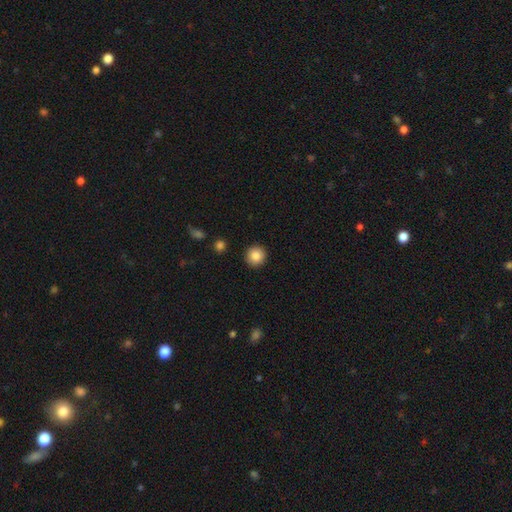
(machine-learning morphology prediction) The model was most divided on "smooth or featured": smooth: 86%, star or artifact: 9%, featured or disk: 4%. More confident: how rounded — round (93%); merging — none (92%).